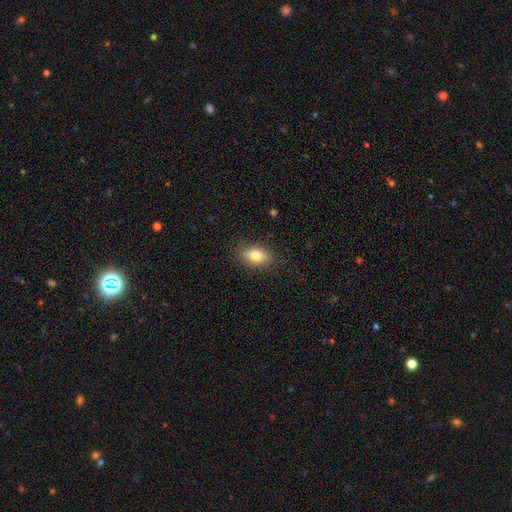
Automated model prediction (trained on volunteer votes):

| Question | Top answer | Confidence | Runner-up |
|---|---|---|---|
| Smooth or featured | smooth | 76% | featured or disk (16%) |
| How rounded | in between | 83% | round (10%) |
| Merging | none | 85% | minor disturbance (11%) |